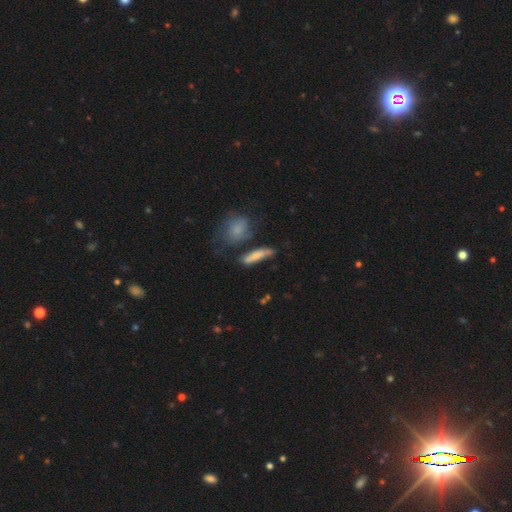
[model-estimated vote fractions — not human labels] Morphology: type=smooth (67%); roundness=cigar-shaped (66%); merging=none (54%).